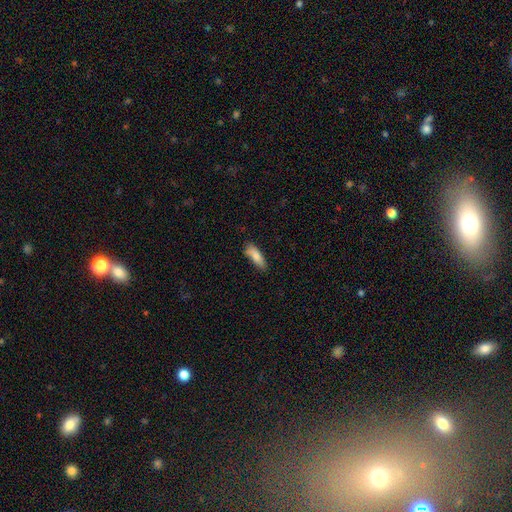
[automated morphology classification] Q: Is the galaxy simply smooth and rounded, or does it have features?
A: smooth — 81%.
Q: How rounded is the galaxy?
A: in between — 52%.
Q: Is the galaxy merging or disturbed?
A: none — 70%.